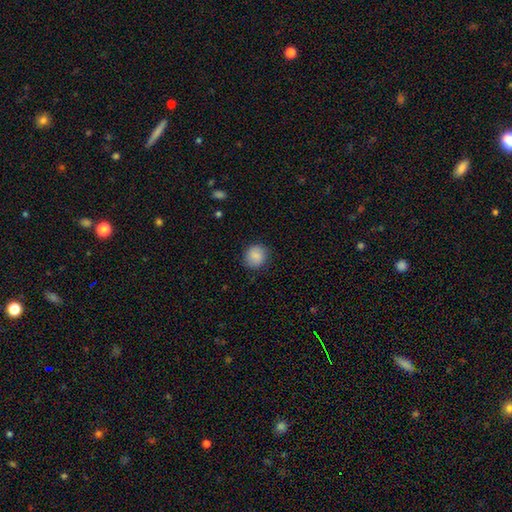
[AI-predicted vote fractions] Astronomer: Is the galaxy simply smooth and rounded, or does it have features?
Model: smooth — 87%.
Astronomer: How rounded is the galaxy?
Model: round — 86%.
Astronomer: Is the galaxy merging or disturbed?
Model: none — 86%.